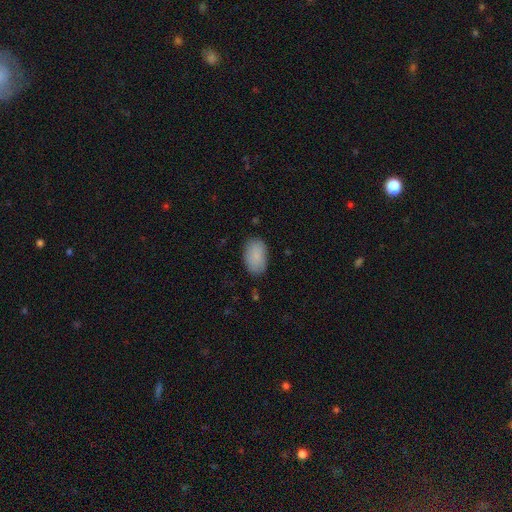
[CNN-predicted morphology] This is clearly a smooth galaxy (86%). How rounded: clearly in between (93%). Merging: likely none (80%).